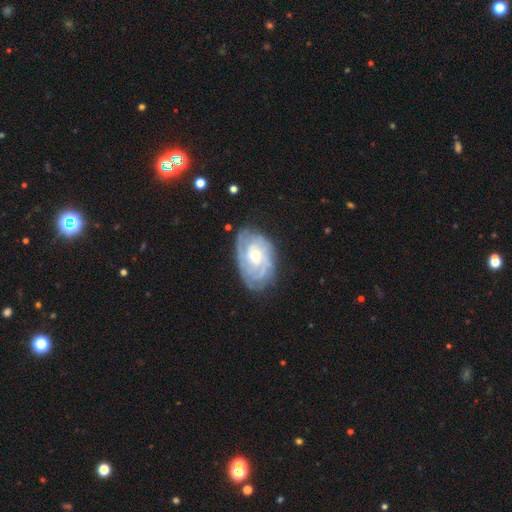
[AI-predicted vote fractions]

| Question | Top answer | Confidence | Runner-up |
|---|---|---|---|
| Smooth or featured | featured or disk | 80% | smooth (15%) |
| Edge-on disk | no | 96% | yes (4%) |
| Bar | no | 72% | weak (24%) |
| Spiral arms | yes | 91% | no (9%) |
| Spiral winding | tight | 69% | medium (24%) |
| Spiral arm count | can't tell | 44% | 2 (19%) |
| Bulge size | moderate | 61% | small (34%) |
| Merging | none | 72% | minor disturbance (20%) |